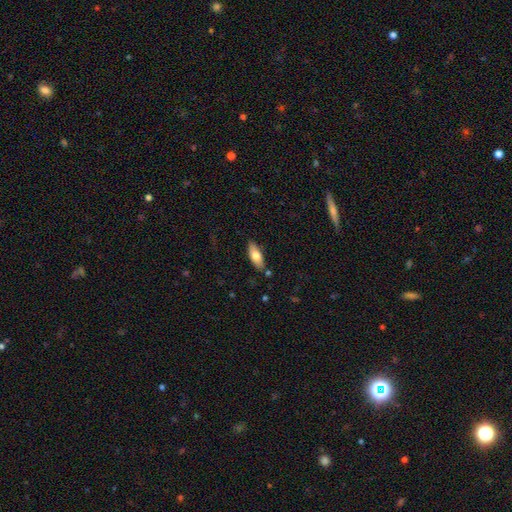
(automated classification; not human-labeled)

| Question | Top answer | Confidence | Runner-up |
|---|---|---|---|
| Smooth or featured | smooth | 71% | featured or disk (22%) |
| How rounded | in between | 73% | cigar-shaped (25%) |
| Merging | none | 82% | minor disturbance (13%) |